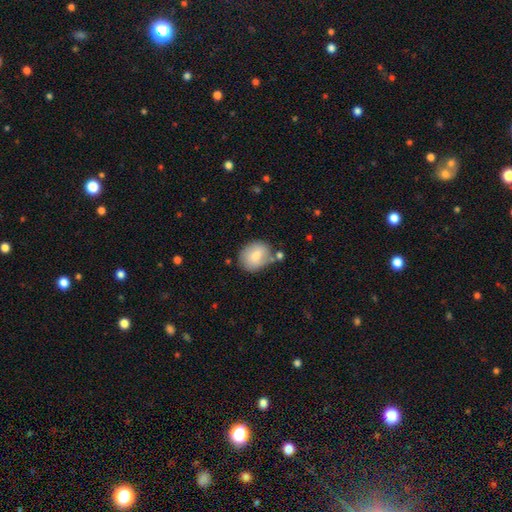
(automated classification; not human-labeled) This appears to be a smooth galaxy with no disk features (75%) that is round (55%). Merging: none (70%).